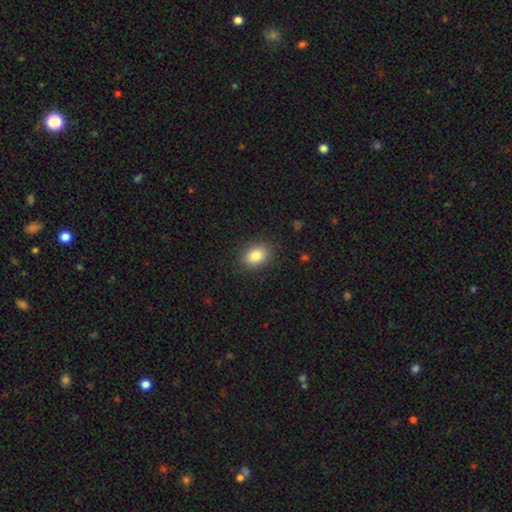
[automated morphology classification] Smooth or featured? Predicted: smooth (p=0.85). How rounded? Predicted: in between (p=0.69). Merging? Predicted: none (p=0.87).